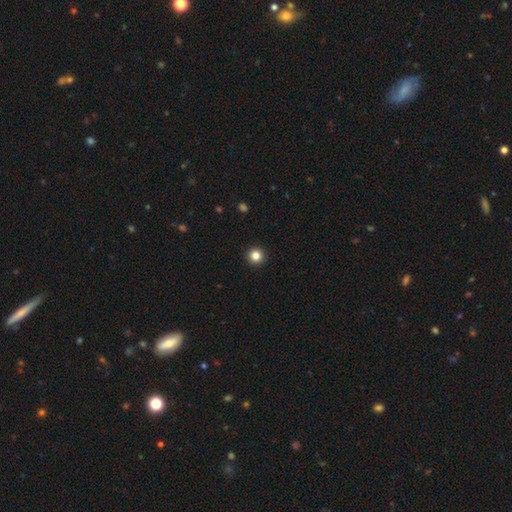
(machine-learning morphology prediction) Smooth or featured? Predicted: smooth (p=0.84). How rounded? Predicted: round (p=0.96). Merging? Predicted: none (p=0.94).